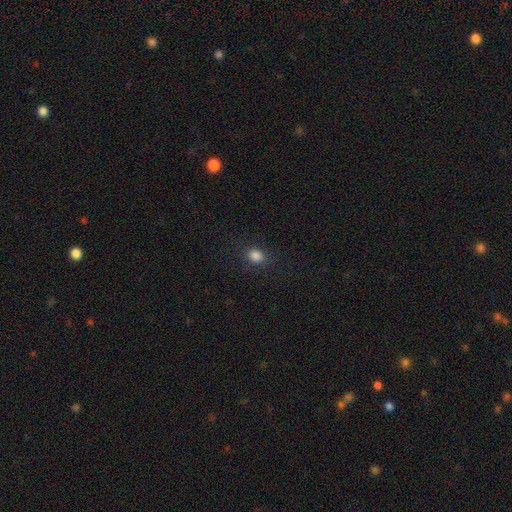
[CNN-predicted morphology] Smooth or featured?
  - smooth: 84% *
  - star or artifact: 12%
  - featured or disk: 4%
How rounded?
  - round: 57% *
  - in between: 42%
  - cigar-shaped: 1%
Merging?
  - none: 87% *
  - minor disturbance: 9%
  - major disturbance: 3%
  - merger: 1%